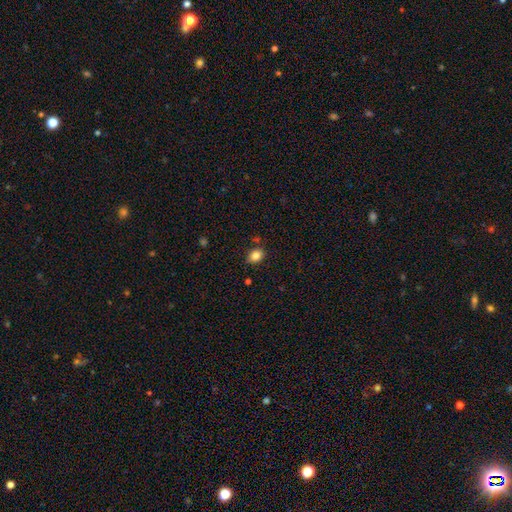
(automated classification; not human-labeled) This is clearly a smooth galaxy (83%). How rounded: likely in between (66%). Merging: likely none (80%).